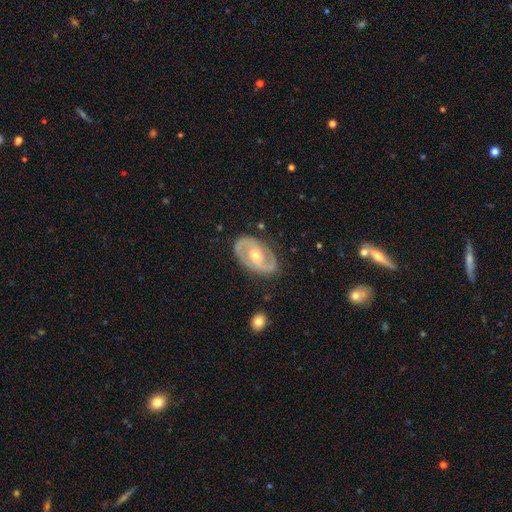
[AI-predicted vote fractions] Smooth or featured?
  - featured or disk: 82% *
  - smooth: 14%
  - star or artifact: 5%
Edge-on disk?
  - no: 95% *
  - yes: 5%
Bar?
  - no: 45% *
  - weak: 36%
  - strong: 18%
Spiral arms?
  - yes: 82% *
  - no: 18%
Spiral winding?
  - medium: 44% *
  - tight: 39%
  - loose: 17%
Spiral arm count?
  - 2: 84% *
  - can't tell: 9%
  - 1: 4%
  - 3: 1%
  - 4: 1%
  - more than 4: 1%
Bulge size?
  - moderate: 62% *
  - small: 34%
  - large: 2%
  - none: 1%
  - dominant: 1%
Merging?
  - none: 80% *
  - minor disturbance: 14%
  - major disturbance: 5%
  - merger: 1%